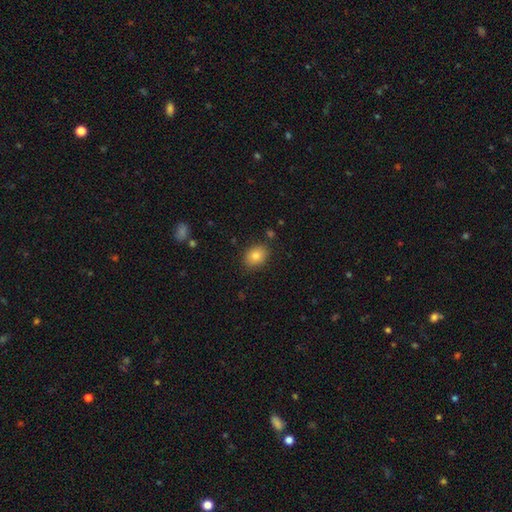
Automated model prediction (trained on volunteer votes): Morphology: type=smooth (82%); roundness=in between (62%); merging=none (85%).